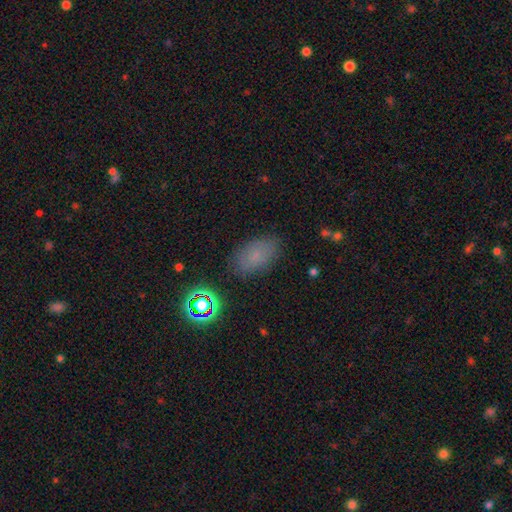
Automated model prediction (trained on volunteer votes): This appears to be a smooth galaxy with no disk features (70%) that is in between round and cigar-shaped (89%). Merging: none (82%).